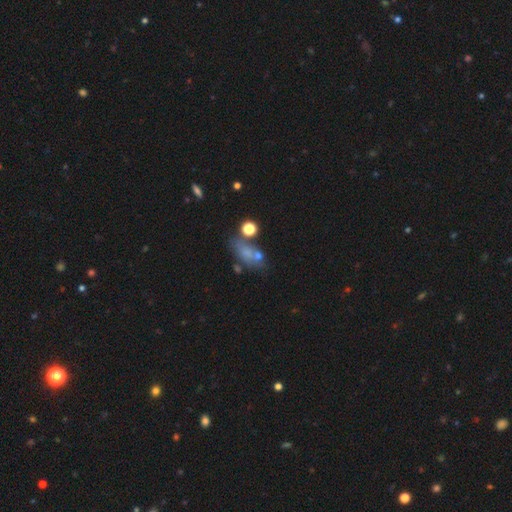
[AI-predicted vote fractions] The model was most divided on "smooth or featured": smooth: 48%, star or artifact: 28%, featured or disk: 24%. Remaining: merging — none (47%).